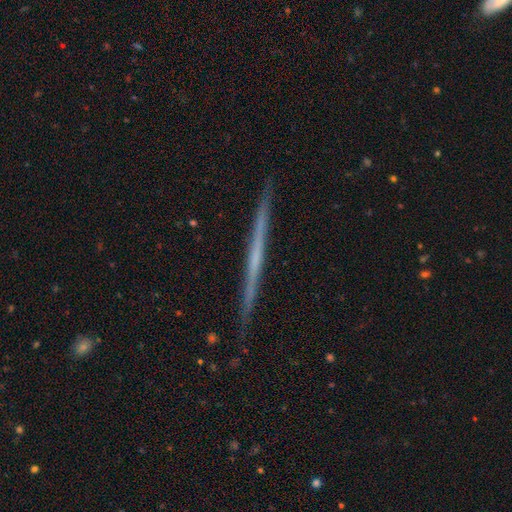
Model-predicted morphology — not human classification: smooth-or-featured: featured or disk: 67% | smooth: 27% | star or artifact: 6%
  disk-edge-on: yes: 98% | no: 2%
    edge-on-bulge: none: 87% | rounded: 9% | boxy: 4%
  merging: none: 91% | minor disturbance: 6% | major disturbance: 1% | merger: 1%